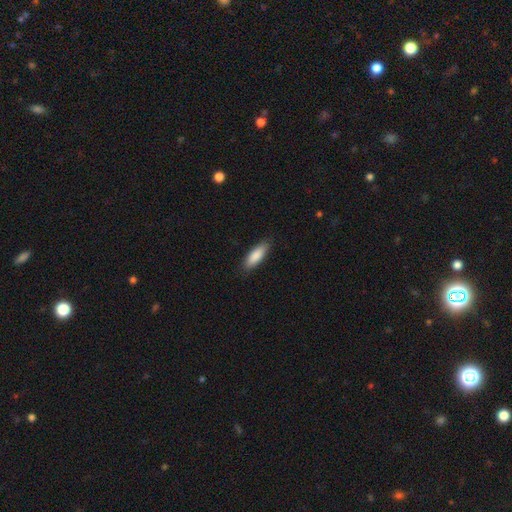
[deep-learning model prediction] Q: Smooth or featured?
A: smooth (87%); runner-up: featured or disk (8%)
Q: How rounded?
A: in between (56%); runner-up: cigar-shaped (42%)
Q: Merging?
A: none (87%); runner-up: minor disturbance (10%)